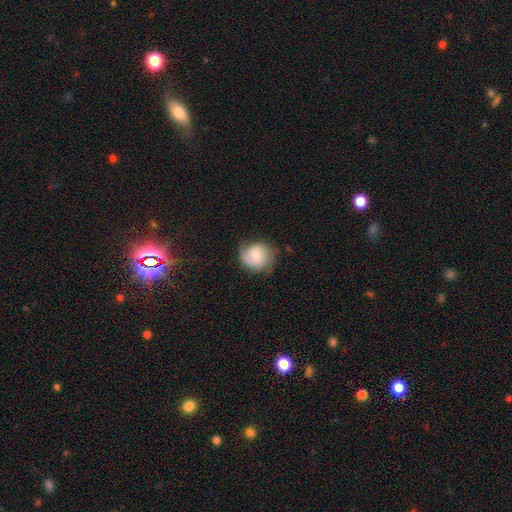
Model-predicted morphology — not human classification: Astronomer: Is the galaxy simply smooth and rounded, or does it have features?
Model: featured or disk — 56% (runner-up: smooth, 37%).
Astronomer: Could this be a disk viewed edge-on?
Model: no — 98%.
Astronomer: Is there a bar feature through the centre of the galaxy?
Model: no — 47% (runner-up: weak, 44%).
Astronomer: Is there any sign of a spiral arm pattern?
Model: yes — 88%.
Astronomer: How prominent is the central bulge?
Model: moderate — 51% (runner-up: small, 42%).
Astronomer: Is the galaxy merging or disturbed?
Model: none — 63%.